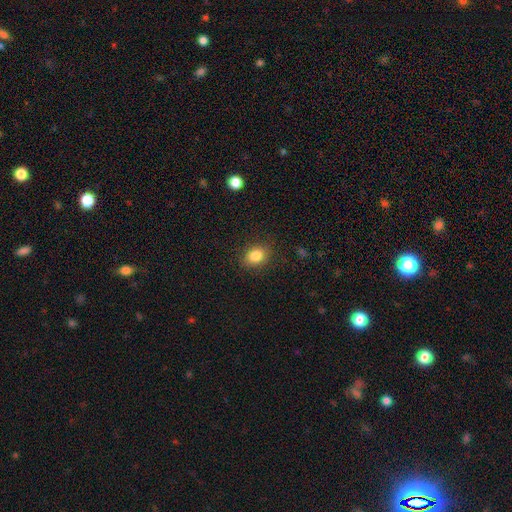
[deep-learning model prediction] This is clearly a smooth galaxy (84%). How rounded: possibly in between (57%). Merging: clearly none (87%).